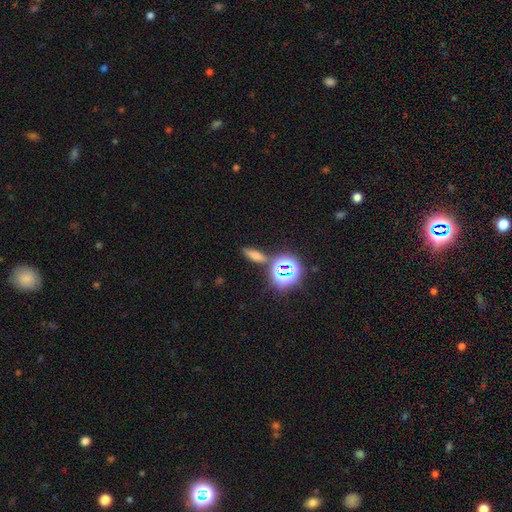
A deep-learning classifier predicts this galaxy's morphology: A smooth galaxy with no disk features (61%) that is in between round and cigar-shaped (49%). Merging: none (77%).